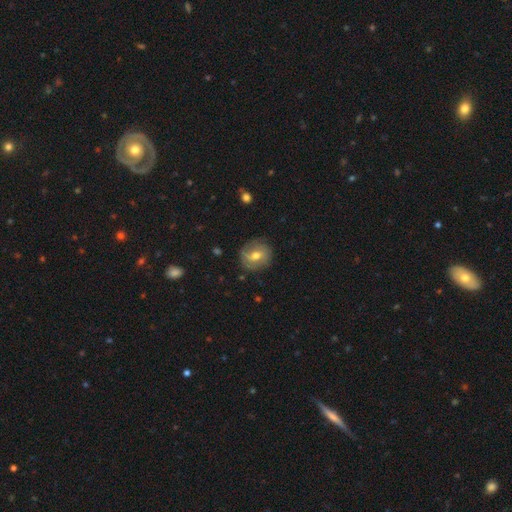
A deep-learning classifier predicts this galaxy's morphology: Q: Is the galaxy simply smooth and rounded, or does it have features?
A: smooth — 55%.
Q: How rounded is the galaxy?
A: round — 85%.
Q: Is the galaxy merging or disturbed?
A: none — 80%.